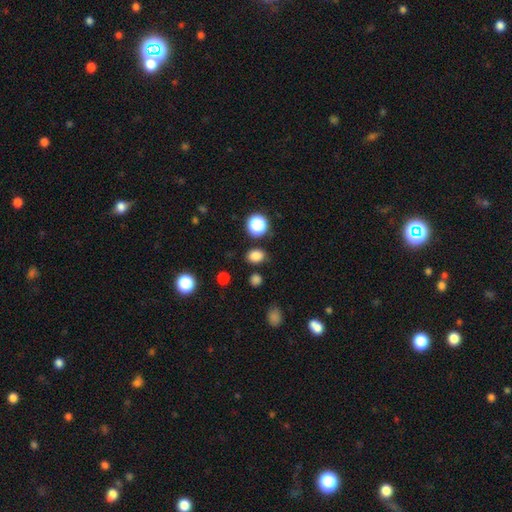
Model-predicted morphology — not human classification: A smooth galaxy with no disk features (81%) that is in between round and cigar-shaped (52%).

Vote fractions:
- Smooth or featured? smooth: 81% / star or artifact: 15% / featured or disk: 4%
- How rounded? in between: 52% / round: 47% / cigar-shaped: 1%
- Merging? none: 83% / minor disturbance: 10% / merger: 3% / major disturbance: 3%